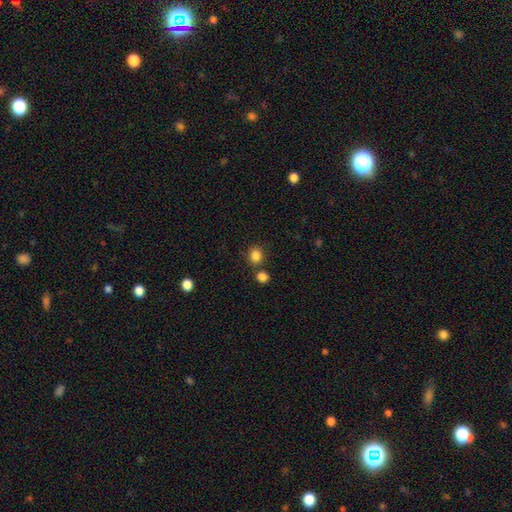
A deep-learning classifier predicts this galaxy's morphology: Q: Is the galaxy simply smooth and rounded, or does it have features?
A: smooth — 84%.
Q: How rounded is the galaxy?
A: round — 75%.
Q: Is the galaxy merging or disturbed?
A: none — 74%.